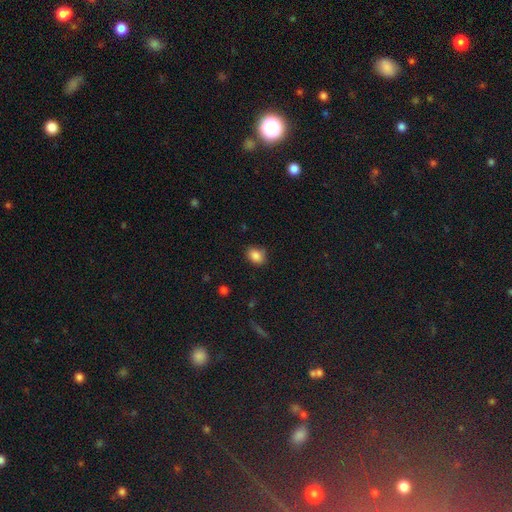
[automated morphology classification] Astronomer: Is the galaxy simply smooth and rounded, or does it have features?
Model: smooth — 86%.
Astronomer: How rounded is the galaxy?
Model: in between — 60% (runner-up: round, 39%).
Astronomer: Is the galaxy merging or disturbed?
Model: none — 78%.